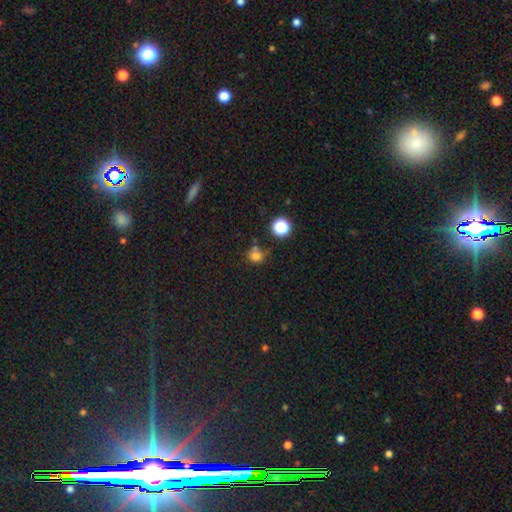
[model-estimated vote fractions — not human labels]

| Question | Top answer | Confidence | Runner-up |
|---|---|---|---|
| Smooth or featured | smooth | 74% | star or artifact (20%) |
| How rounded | round | 83% | in between (16%) |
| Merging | none | 63% | minor disturbance (17%) |